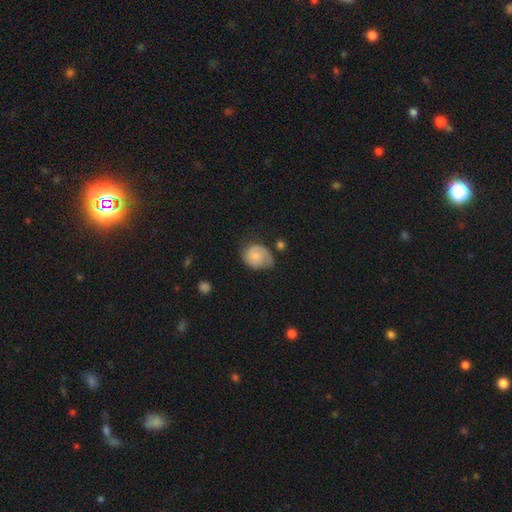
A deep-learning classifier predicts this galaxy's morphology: smooth 53%, featured or disk 40%, star or artifact 7%. Down the decision tree: how rounded — round (55%); merging — none (47%).